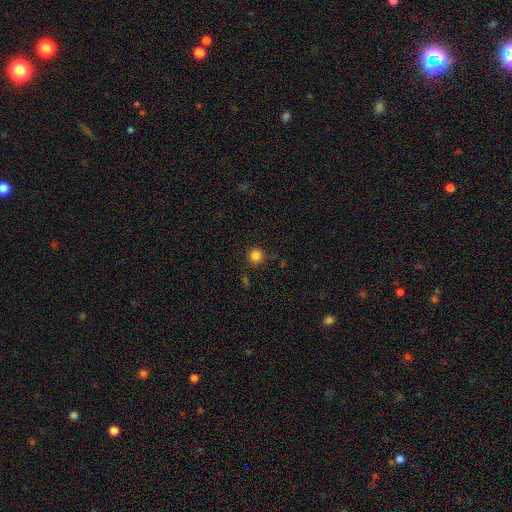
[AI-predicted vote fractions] Overall: smooth (84%). How rounded: round (94%). Merging: none (87%).